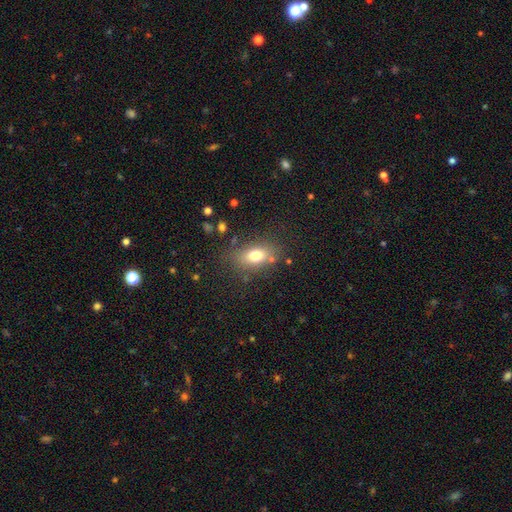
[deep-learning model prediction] Smooth or featured: smooth — 76% (featured or disk — 13%)
How rounded: in between — 80% (round — 16%)
Merging: none — 76% (minor disturbance — 14%)